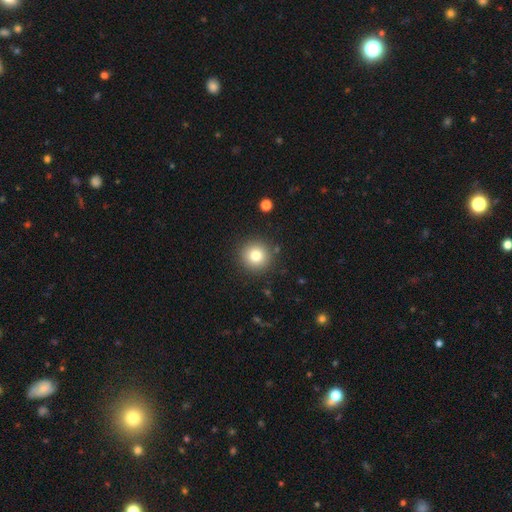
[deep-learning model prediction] smooth 79%, star or artifact 12%, featured or disk 9%. Down the decision tree: how rounded — round (95%); merging — none (89%).